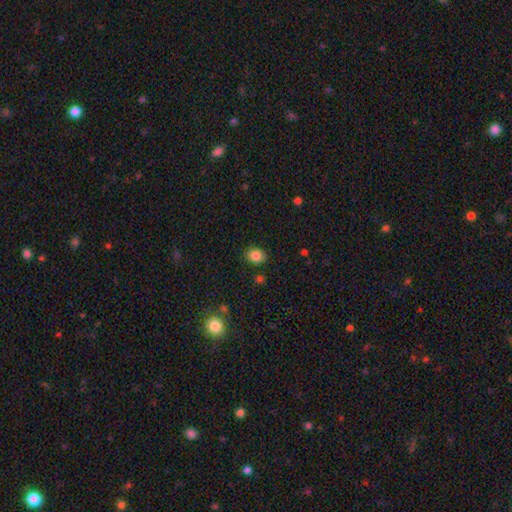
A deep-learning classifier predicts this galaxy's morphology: Smooth or featured? smooth (84%)
How rounded? round (56%)
Merging? none (87%)